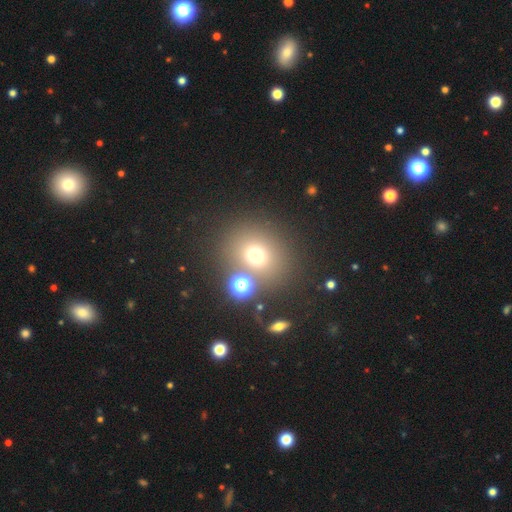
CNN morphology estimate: Smooth or featured? smooth (69%)
How rounded? round (76%)
Merging? none (72%)